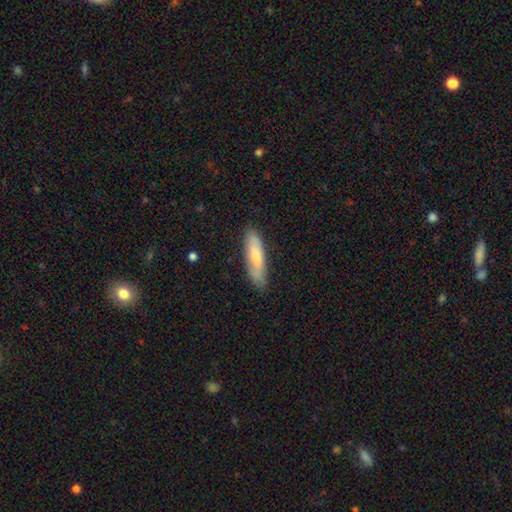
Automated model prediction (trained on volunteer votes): This appears to be a smooth galaxy with no disk features (63%) that is cigar-shaped (60%). Merging: none (81%).